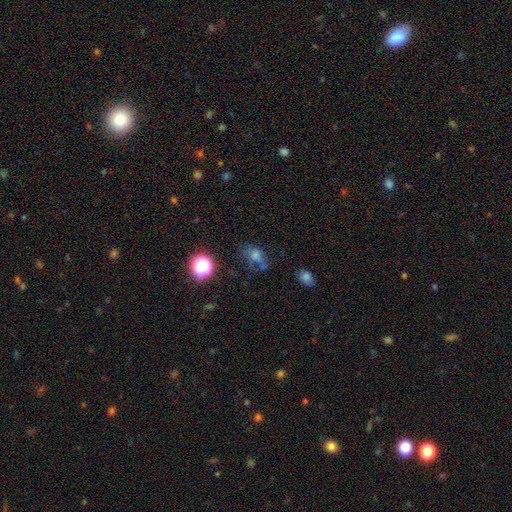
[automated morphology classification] A smooth galaxy with no disk features (63%) that is in between round and cigar-shaped (58%).

Vote fractions:
- Smooth or featured? smooth: 63% / star or artifact: 22% / featured or disk: 15%
- How rounded? in between: 58% / round: 40% / cigar-shaped: 2%
- Merging? none: 43% / minor disturbance: 22% / major disturbance: 18% / merger: 17%